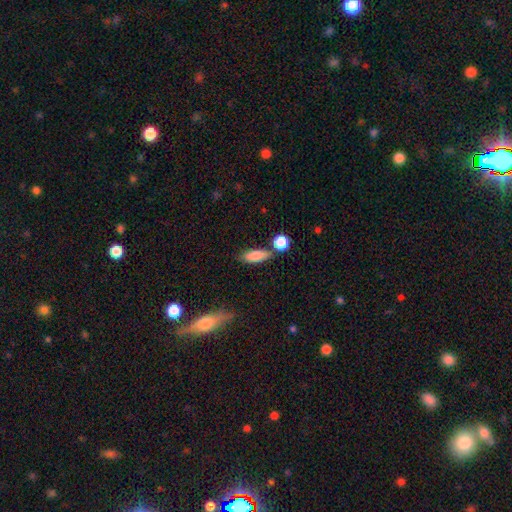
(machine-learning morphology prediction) Overall: smooth (83%). How rounded: in between (68%; cigar-shaped 28%). Merging: none (69%).